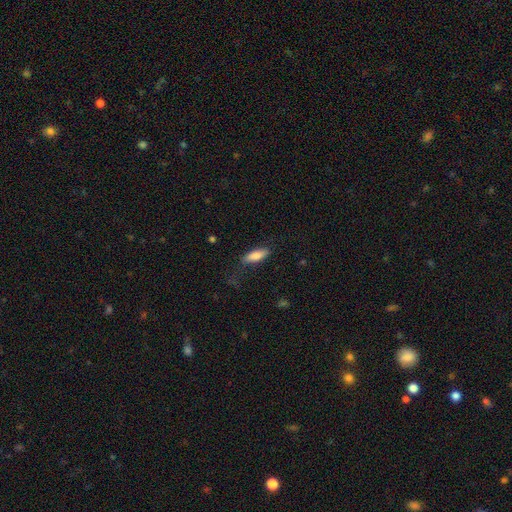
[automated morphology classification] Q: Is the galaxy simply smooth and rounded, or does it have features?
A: smooth — 82%.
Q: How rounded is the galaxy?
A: in between — 61%.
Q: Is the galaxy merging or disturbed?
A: none — 73%.